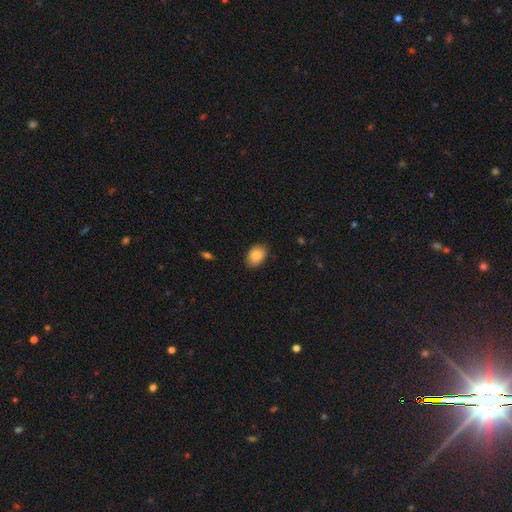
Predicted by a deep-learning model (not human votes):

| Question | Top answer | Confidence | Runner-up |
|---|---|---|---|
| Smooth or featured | smooth | 85% | star or artifact (8%) |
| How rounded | in between | 77% | round (22%) |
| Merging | none | 85% | minor disturbance (11%) |